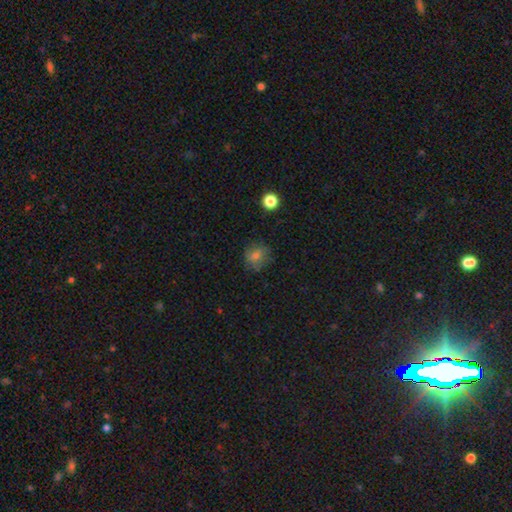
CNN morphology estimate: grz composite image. It shows a smooth galaxy with no disk features (72%) that is round (75%). Merging: none (74%).